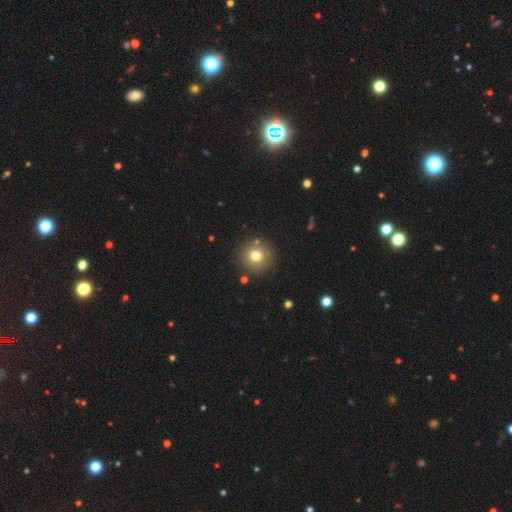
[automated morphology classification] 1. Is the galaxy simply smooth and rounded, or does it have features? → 74% smooth, 13% star or artifact, 12% featured or disk.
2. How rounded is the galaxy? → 95% round, 4% in between, 1% cigar-shaped.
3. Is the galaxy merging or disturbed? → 87% none, 7% minor disturbance, 3% merger, 3% major disturbance.